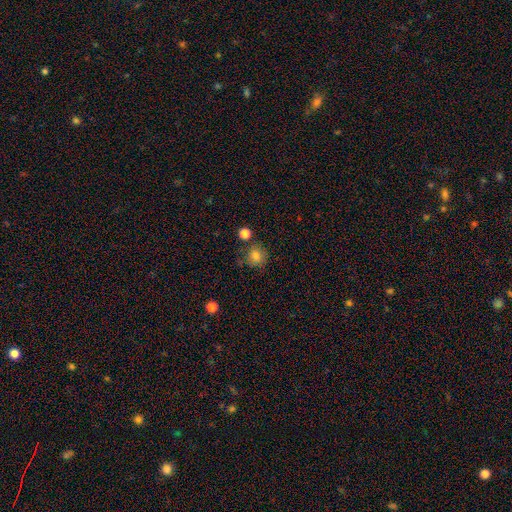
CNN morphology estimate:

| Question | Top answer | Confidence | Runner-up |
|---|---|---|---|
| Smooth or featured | smooth | 82% | star or artifact (11%) |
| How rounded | round | 87% | in between (12%) |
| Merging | none | 74% | minor disturbance (14%) |